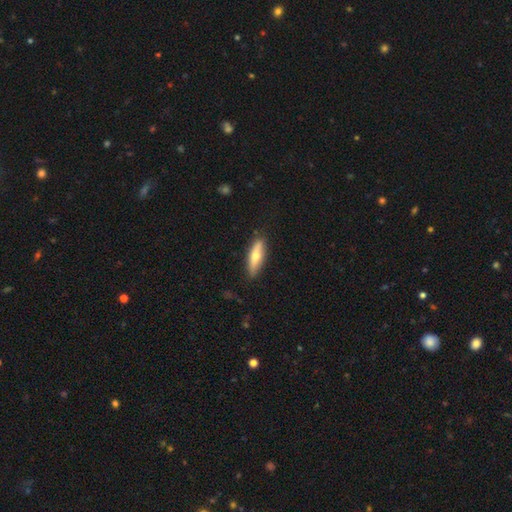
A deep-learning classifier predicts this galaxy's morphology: This is possibly a smooth galaxy (55%). How rounded: likely cigar-shaped (63%). Merging: clearly none (85%).